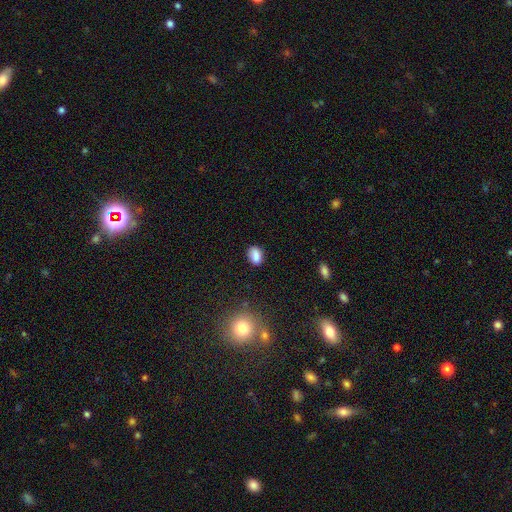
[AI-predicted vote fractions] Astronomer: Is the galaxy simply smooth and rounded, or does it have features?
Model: smooth — 82%.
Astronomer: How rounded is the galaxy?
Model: in between — 76%.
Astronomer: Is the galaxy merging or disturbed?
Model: none — 74%.